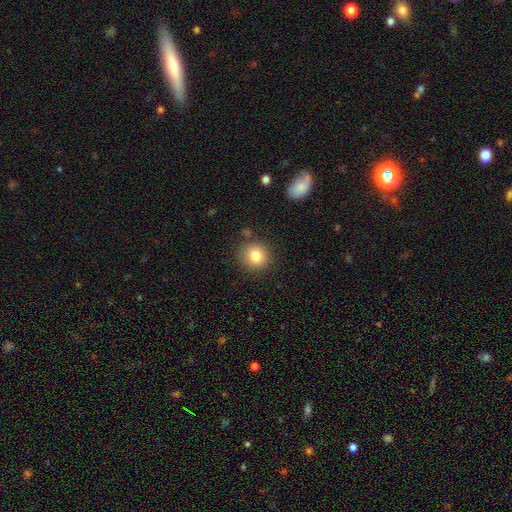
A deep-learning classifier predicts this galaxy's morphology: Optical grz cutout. It shows a smooth galaxy with no disk features (82%) that is round (89%). Merging: none (84%).